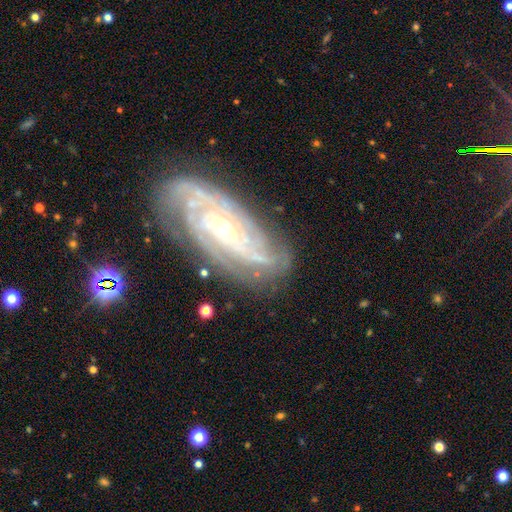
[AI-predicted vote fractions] smooth-or-featured: featured or disk: 83% | smooth: 10% | star or artifact: 8%
  disk-edge-on: no: 91% | yes: 9%
    bar: no: 62% | weak: 27% | strong: 11%
    has-spiral-arms: yes: 93% | no: 7%
      spiral-winding: tight: 69% | medium: 24% | loose: 7%
      spiral-arm-count: can't tell: 34% | 3: 19% | 2: 17% | 4: 15% | more than 4: 10% | 1: 7%
    bulge-size: moderate: 49% | small: 45% | large: 3% | none: 2% | dominant: 1%
  merging: none: 71% | minor disturbance: 18% | major disturbance: 8% | merger: 3%